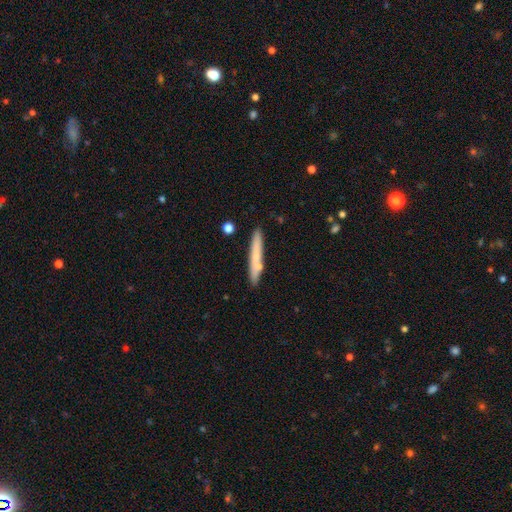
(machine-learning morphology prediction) type=smooth (64%); roundness=cigar-shaped (95%); merging=none (82%).